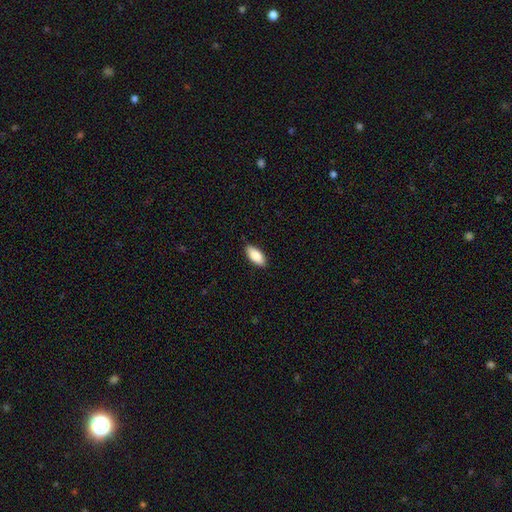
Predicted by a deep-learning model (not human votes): Overall: smooth (85%). How rounded: in between (87%). Merging: none (88%).